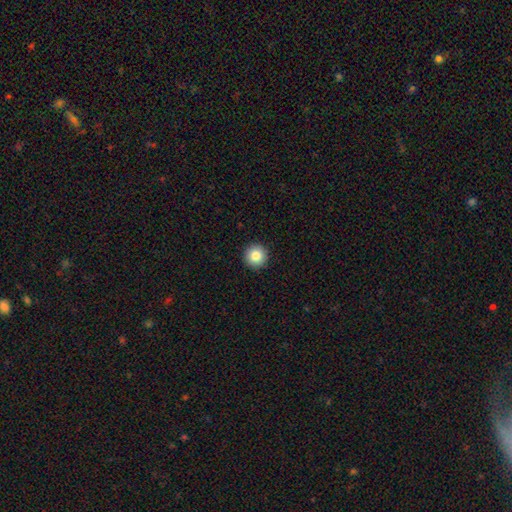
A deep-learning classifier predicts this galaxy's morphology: Overall: smooth (84%). How rounded: round (96%). Merging: none (94%).